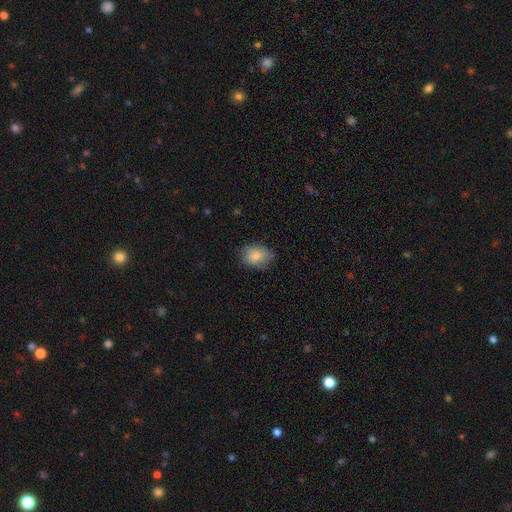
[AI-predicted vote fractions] smooth 83%, featured or disk 9%, star or artifact 8%. Down the decision tree: how rounded — in between (67%); merging — none (75%).